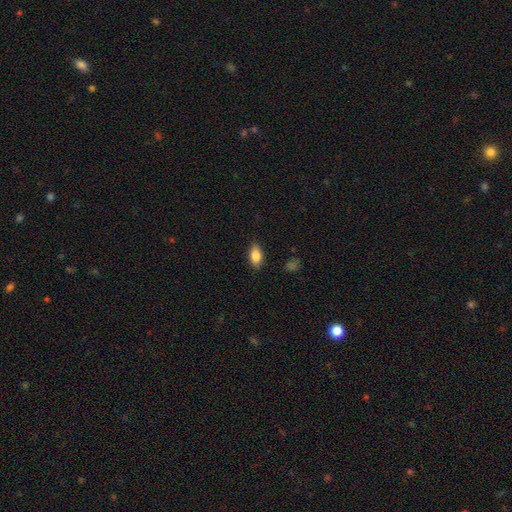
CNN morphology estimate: A smooth galaxy with no disk features (83%) that is in between round and cigar-shaped (89%).

Vote fractions:
- Smooth or featured? smooth: 83% / featured or disk: 10% / star or artifact: 7%
- How rounded? in between: 89% / cigar-shaped: 6% / round: 5%
- Merging? none: 85% / minor disturbance: 11% / major disturbance: 2% / merger: 1%